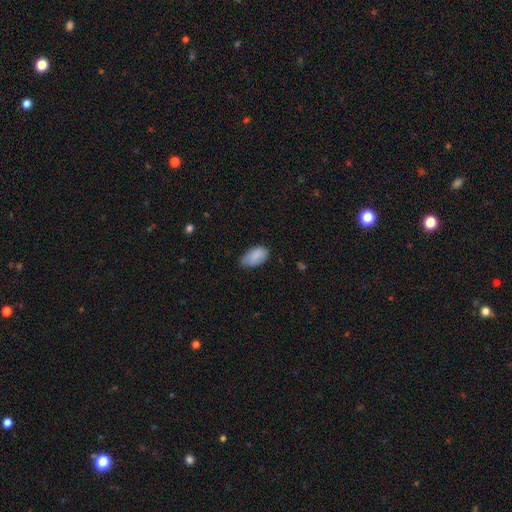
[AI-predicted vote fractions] Smooth or featured?
  - smooth: 86% *
  - featured or disk: 7%
  - star or artifact: 7%
How rounded?
  - in between: 94% *
  - round: 3%
  - cigar-shaped: 2%
Merging?
  - none: 63% *
  - minor disturbance: 31%
  - major disturbance: 5%
  - merger: 1%